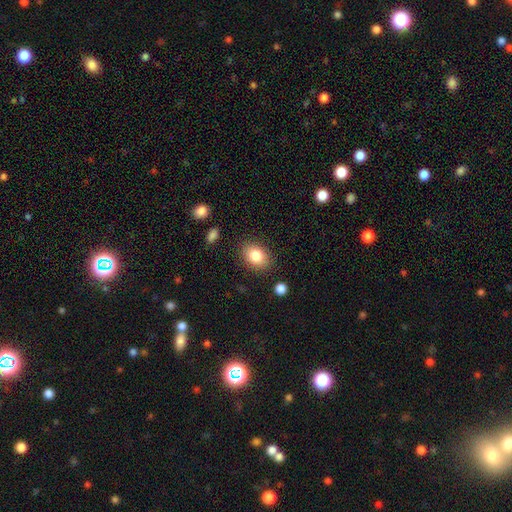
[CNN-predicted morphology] smooth 83%, featured or disk 9%, star or artifact 8%. Down the decision tree: how rounded — in between (68%); merging — none (85%).